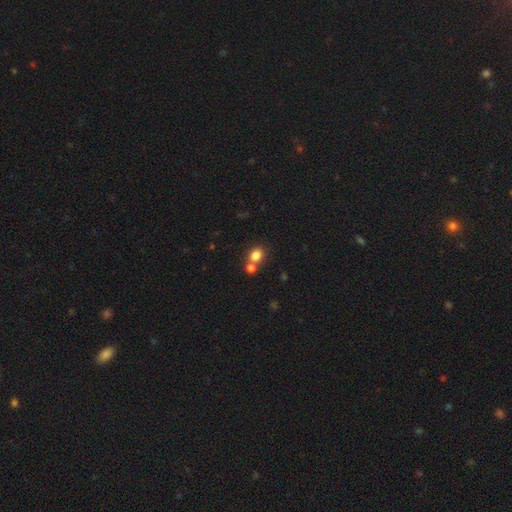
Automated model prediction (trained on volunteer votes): Smooth or featured? smooth (81%)
How rounded? round (60%)
Merging? none (55%)